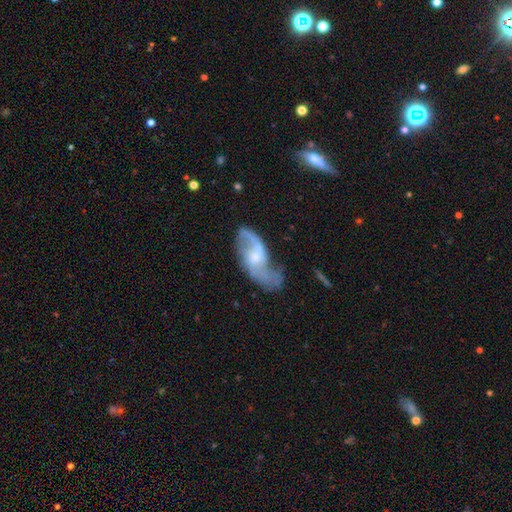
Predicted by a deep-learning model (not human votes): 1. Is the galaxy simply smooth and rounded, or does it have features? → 80% featured or disk, 14% smooth, 6% star or artifact.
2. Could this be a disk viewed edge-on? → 95% no, 5% yes.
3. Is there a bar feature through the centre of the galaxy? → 46% no, 44% weak, 9% strong.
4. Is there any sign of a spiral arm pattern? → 90% yes, 10% no.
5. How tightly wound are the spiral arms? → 65% loose, 28% medium, 7% tight.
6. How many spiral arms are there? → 85% 2, 6% can't tell, 6% 1, 1% 3, 1% 4, 1% more than 4.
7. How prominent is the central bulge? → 43% small, 36% moderate, 14% none, 5% large, 1% dominant.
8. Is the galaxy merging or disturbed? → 51% none, 24% minor disturbance, 20% major disturbance, 5% merger.